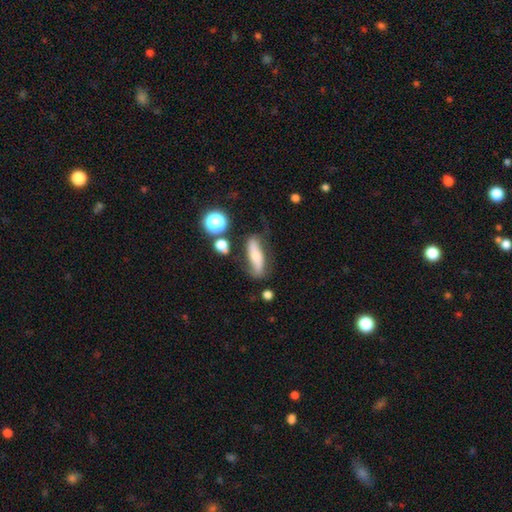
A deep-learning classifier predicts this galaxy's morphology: Overall: smooth (47%; featured or disk 44%). Merging: none (64%).